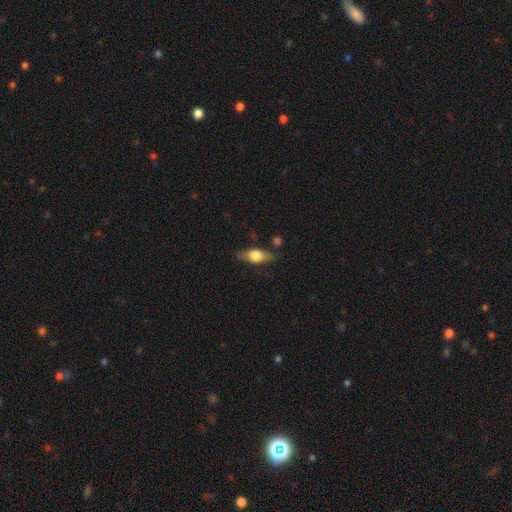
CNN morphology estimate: type=featured or disk (49%); merging=none (79%).